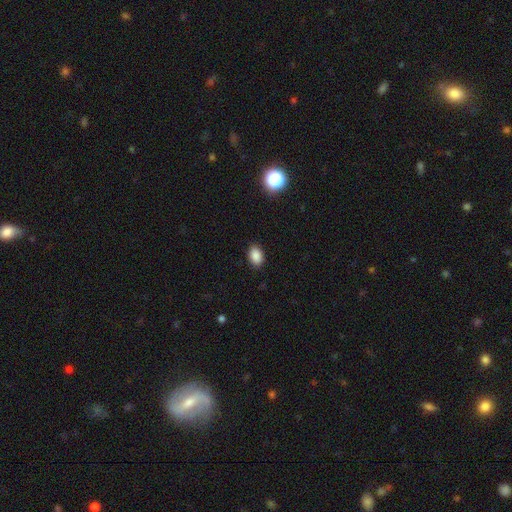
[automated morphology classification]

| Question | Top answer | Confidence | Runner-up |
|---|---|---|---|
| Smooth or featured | smooth | 87% | star or artifact (10%) |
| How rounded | in between | 82% | round (17%) |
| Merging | none | 88% | minor disturbance (9%) |